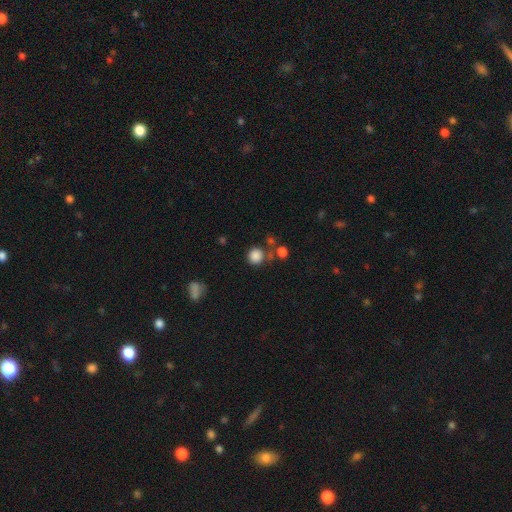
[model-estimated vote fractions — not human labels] Smooth or featured? smooth (84%)
How rounded? round (91%)
Merging? none (71%)